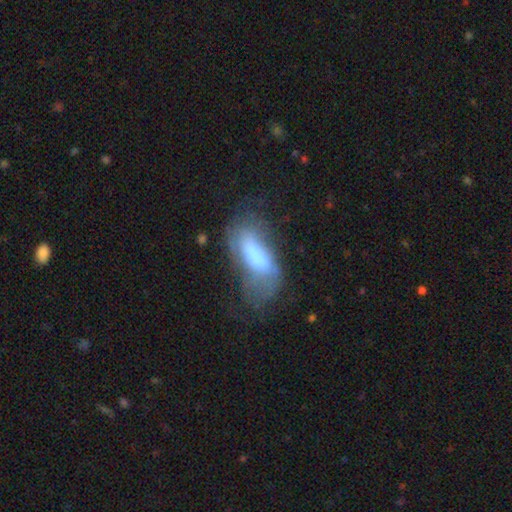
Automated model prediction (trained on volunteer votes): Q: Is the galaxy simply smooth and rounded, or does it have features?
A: smooth — 57%.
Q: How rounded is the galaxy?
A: in between — 79%.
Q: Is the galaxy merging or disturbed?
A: none — 35%.